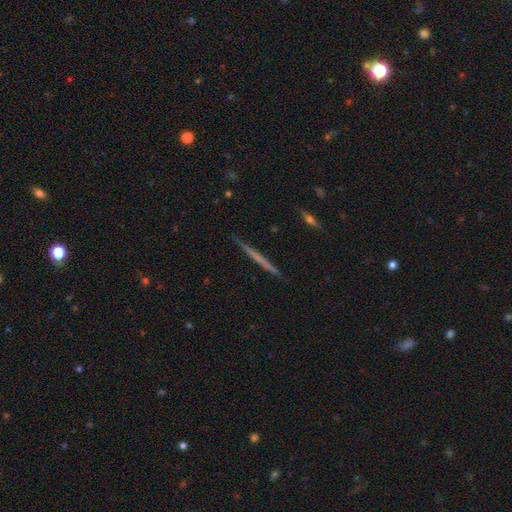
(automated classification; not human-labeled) Q: Smooth or featured?
A: featured or disk (53%); runner-up: smooth (41%)
Q: Edge-on disk?
A: yes (97%); runner-up: no (3%)
Q: Edge-on bulge?
A: none (89%); runner-up: rounded (8%)
Q: Merging?
A: none (90%); runner-up: minor disturbance (7%)